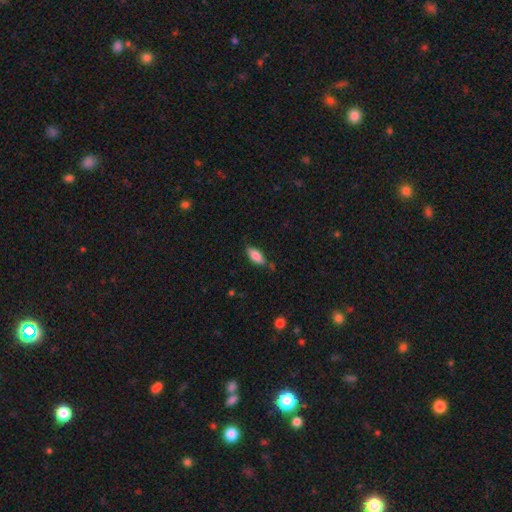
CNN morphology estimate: Smooth or featured? Predicted: smooth (p=0.84). How rounded? Predicted: in between (p=0.82). Merging? Predicted: none (p=0.72).